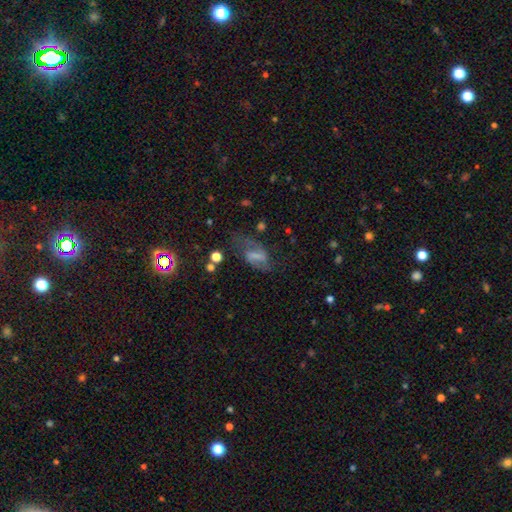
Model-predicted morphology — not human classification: type=featured or disk (58%); edge-on=no (94%); bar=strong (42%, tied with weak); spiral arms=yes (80%); bulge=none (42%); merging=none (55%).